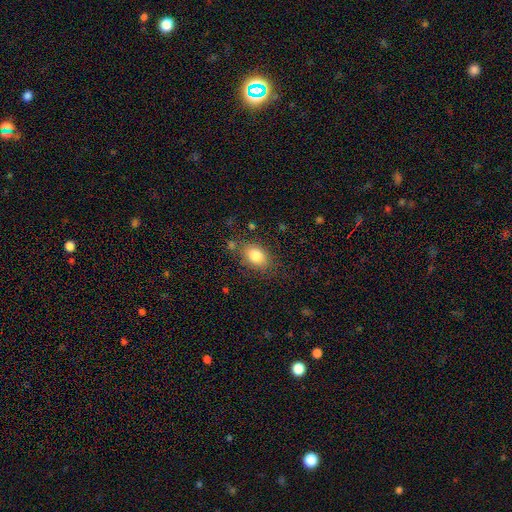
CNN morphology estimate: smooth-or-featured: smooth: 83% | featured or disk: 9% | star or artifact: 9%
  how-rounded: in between: 77% | round: 21% | cigar-shaped: 1%
  merging: none: 75% | minor disturbance: 16% | major disturbance: 5% | merger: 4%